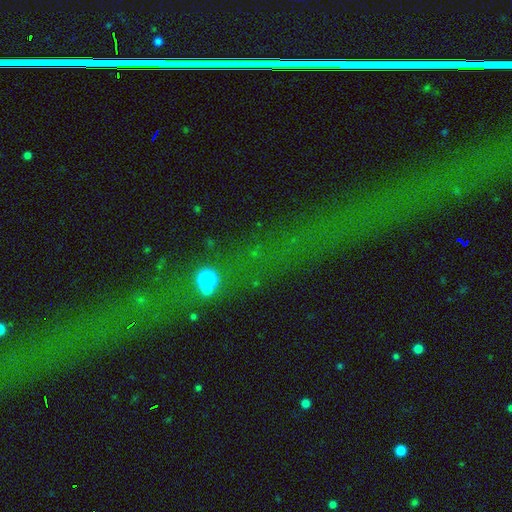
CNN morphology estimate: The model was most divided on "smooth or featured": star or artifact: 74%, featured or disk: 15%, smooth: 11%.